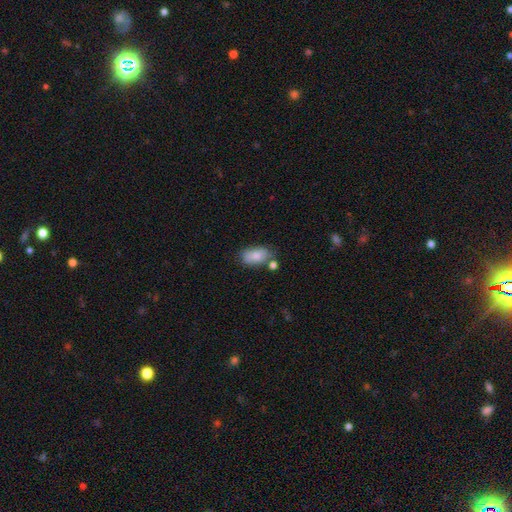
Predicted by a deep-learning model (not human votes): The model was most divided on "merging": none: 59%, minor disturbance: 21%, merger: 14%, major disturbance: 6%. More confident: how rounded — in between (91%); smooth or featured — smooth (80%).